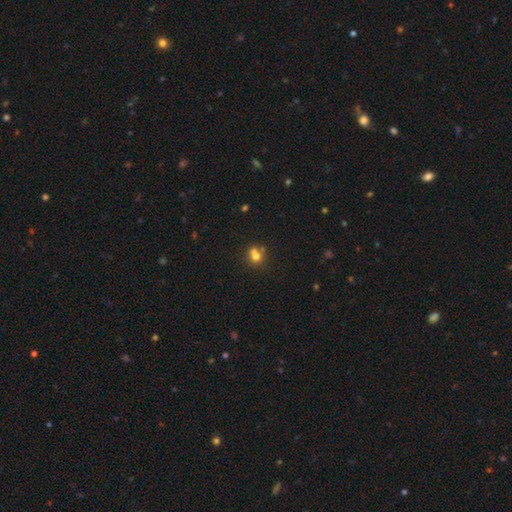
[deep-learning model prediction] Smooth or featured?
  - smooth: 71% *
  - featured or disk: 15%
  - star or artifact: 14%
How rounded?
  - round: 82% *
  - in between: 17%
  - cigar-shaped: 1%
Merging?
  - none: 46% *
  - merger: 41%
  - minor disturbance: 9%
  - major disturbance: 4%